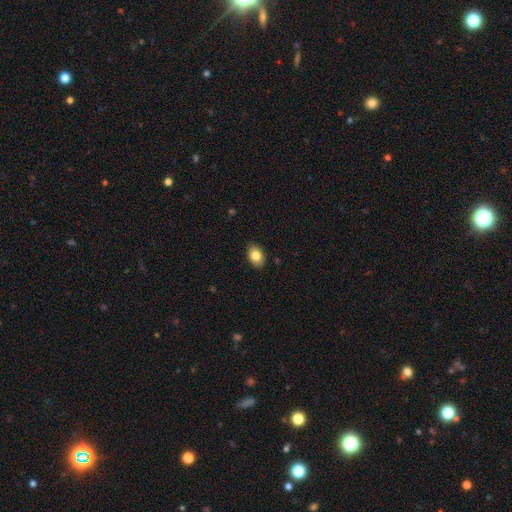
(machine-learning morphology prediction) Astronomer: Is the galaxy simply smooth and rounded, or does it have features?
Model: smooth — 82%.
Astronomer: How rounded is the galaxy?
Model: in between — 83%.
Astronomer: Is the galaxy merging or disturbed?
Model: none — 87%.